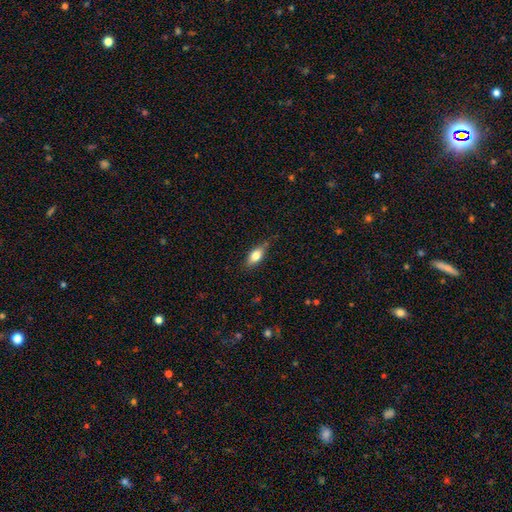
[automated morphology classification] smooth_or_featured: smooth (p=0.74) [alt: featured or disk p=0.19]
how_rounded: in between (p=0.80) [alt: cigar-shaped p=0.16]
merging: none (p=0.72) [alt: minor disturbance p=0.22]